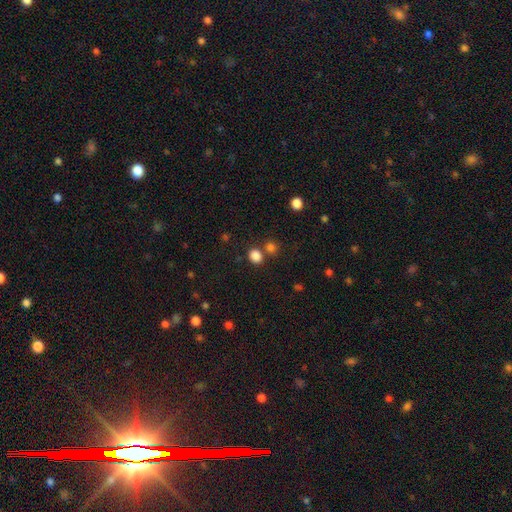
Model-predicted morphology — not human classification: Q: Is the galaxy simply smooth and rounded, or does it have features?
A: smooth — 83%.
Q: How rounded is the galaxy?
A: round — 63%.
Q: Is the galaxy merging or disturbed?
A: none — 70%.